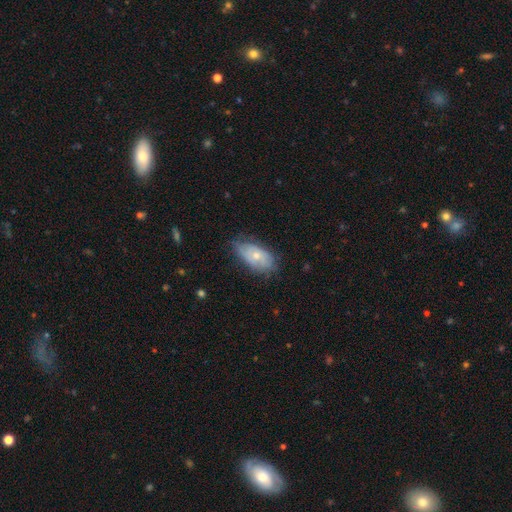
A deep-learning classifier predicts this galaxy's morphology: This is possibly a smooth galaxy (56%). How rounded: clearly in between (91%). Merging: likely none (64%).